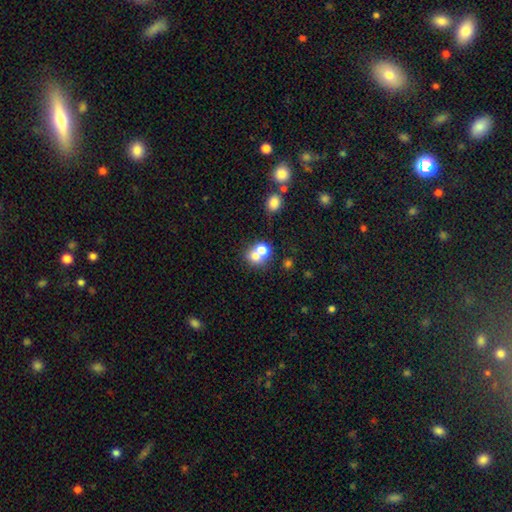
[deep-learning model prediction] Smooth or featured? smooth (69%)
How rounded? round (73%)
Merging? merger (55%)